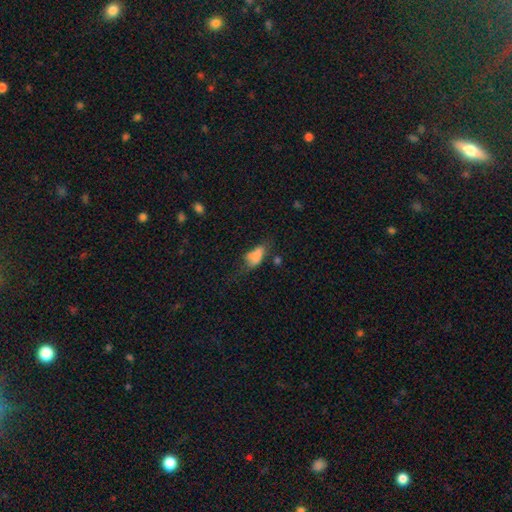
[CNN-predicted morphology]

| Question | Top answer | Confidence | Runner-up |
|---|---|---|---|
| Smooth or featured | smooth | 71% | featured or disk (17%) |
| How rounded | in between | 84% | cigar-shaped (11%) |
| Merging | major disturbance | 34% | minor disturbance (28%) |